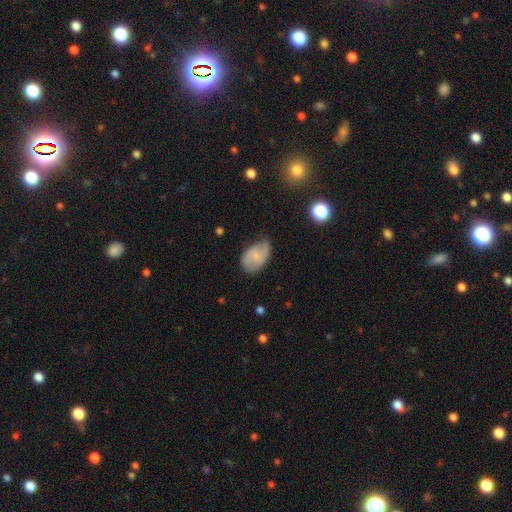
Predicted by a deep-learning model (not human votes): Smooth or featured: smooth — 51% (featured or disk — 41%)
How rounded: in between — 87% (round — 11%)
Merging: none — 50% (minor disturbance — 36%)